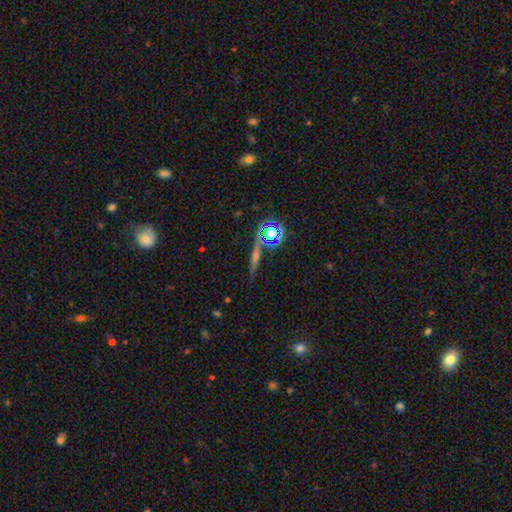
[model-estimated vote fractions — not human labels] Smooth or featured? featured or disk (44%)
Merging? none (85%)